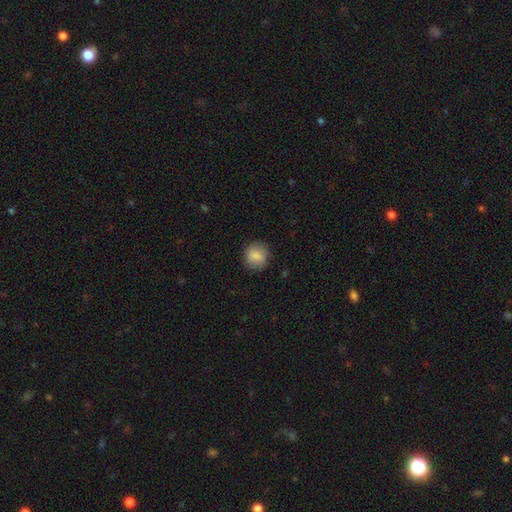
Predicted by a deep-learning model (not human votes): smooth-or-featured: smooth: 85% | star or artifact: 8% | featured or disk: 7%
  how-rounded: round: 88% | in between: 11% | cigar-shaped: 1%
  merging: none: 87% | minor disturbance: 10% | major disturbance: 3% | merger: 1%